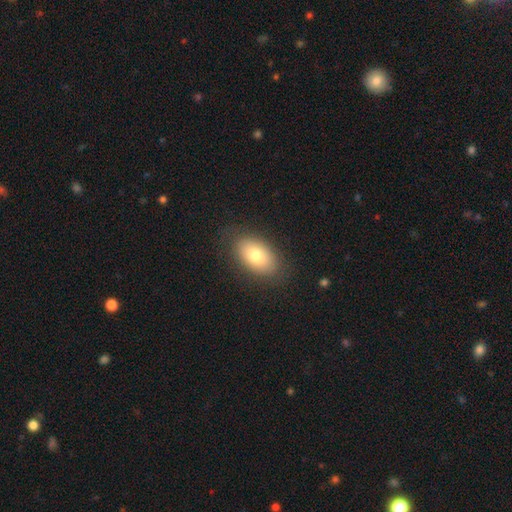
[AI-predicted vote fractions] Morphology: type=smooth (77%); roundness=in between (91%); merging=none (85%).